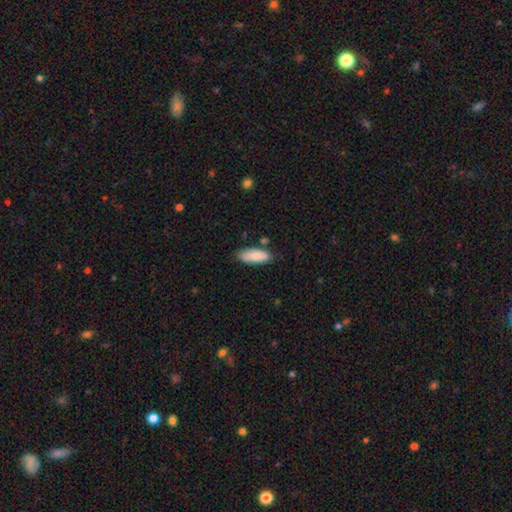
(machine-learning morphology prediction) Smooth or featured? Predicted: smooth (p=0.86). How rounded? Predicted: in between (p=0.74). Merging? Predicted: none (p=0.76).